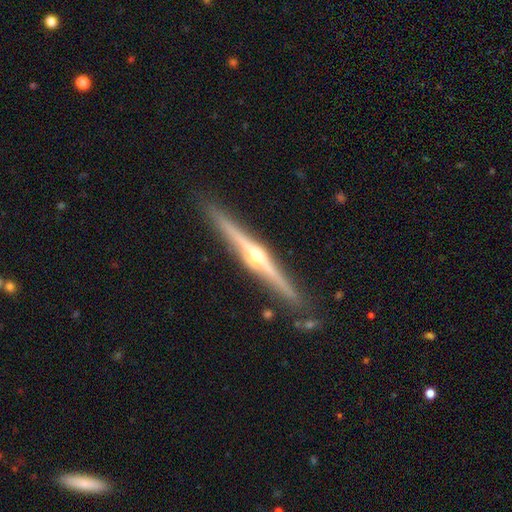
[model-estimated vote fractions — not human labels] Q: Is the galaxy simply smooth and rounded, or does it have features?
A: featured or disk — 87%.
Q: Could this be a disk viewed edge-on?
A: yes — 99%.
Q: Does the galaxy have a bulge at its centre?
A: rounded — 92%.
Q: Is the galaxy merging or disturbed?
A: none — 89%.